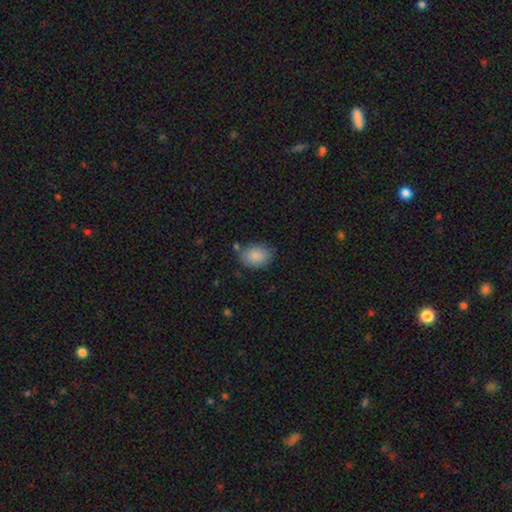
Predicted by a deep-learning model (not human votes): This appears to be a smooth galaxy with no disk features (88%) that is in between round and cigar-shaped (79%). Merging: none (72%).